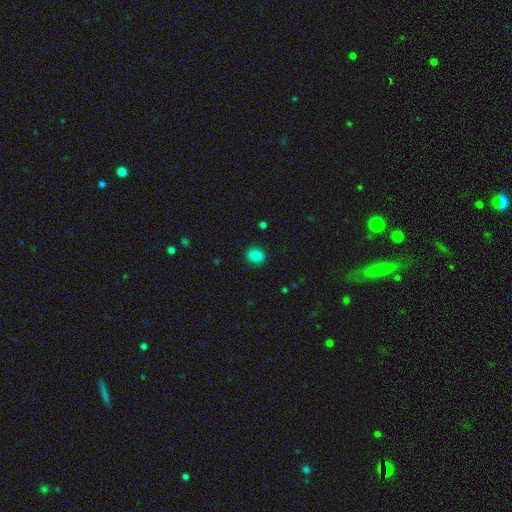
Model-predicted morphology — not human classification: Smooth or featured?
  - smooth: 85% *
  - star or artifact: 12%
  - featured or disk: 3%
How rounded?
  - round: 77% *
  - in between: 22%
  - cigar-shaped: 1%
Merging?
  - none: 86% *
  - minor disturbance: 10%
  - major disturbance: 3%
  - merger: 1%